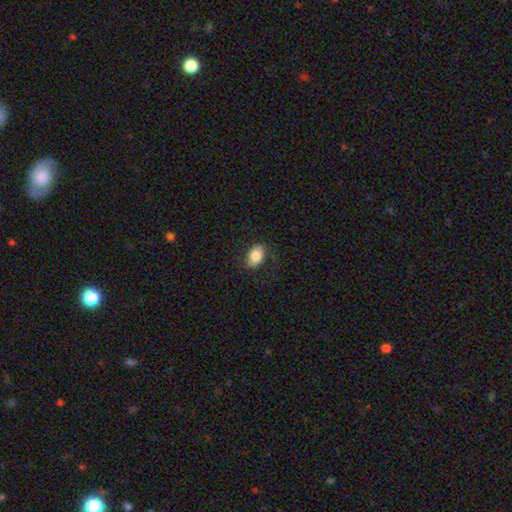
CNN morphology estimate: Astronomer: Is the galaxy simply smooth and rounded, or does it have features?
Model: smooth — 79%.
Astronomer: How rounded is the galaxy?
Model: in between — 83%.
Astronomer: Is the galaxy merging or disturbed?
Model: none — 74%.